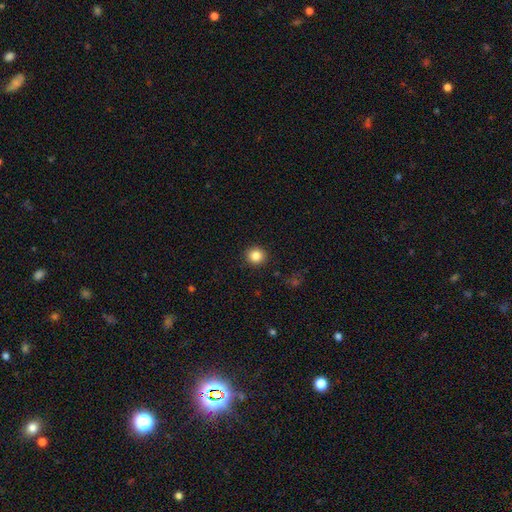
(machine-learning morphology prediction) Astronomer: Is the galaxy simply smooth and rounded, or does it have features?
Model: smooth — 84%.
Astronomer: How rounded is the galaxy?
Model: round — 92%.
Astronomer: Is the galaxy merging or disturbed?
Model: none — 92%.